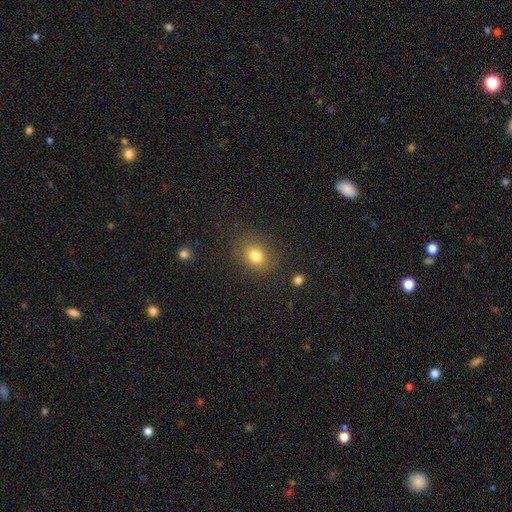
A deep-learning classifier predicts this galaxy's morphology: Smooth or featured? smooth (78%)
How rounded? round (58%)
Merging? none (81%)